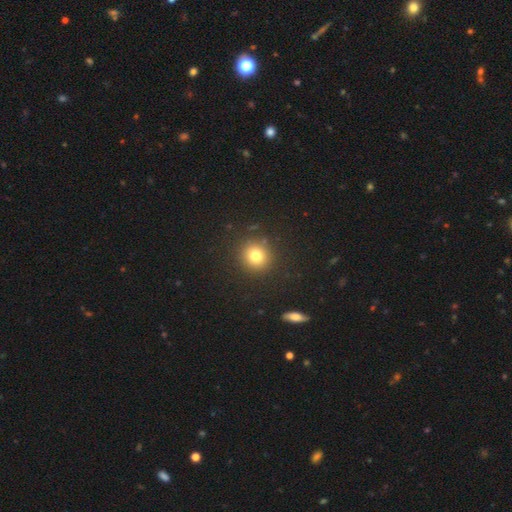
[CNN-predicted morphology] A smooth galaxy with no disk features (78%) that is round (91%).

Vote fractions:
- Smooth or featured? smooth: 78% / star or artifact: 14% / featured or disk: 8%
- How rounded? round: 91% / in between: 8% / cigar-shaped: 1%
- Merging? none: 89% / minor disturbance: 7% / major disturbance: 3% / merger: 2%